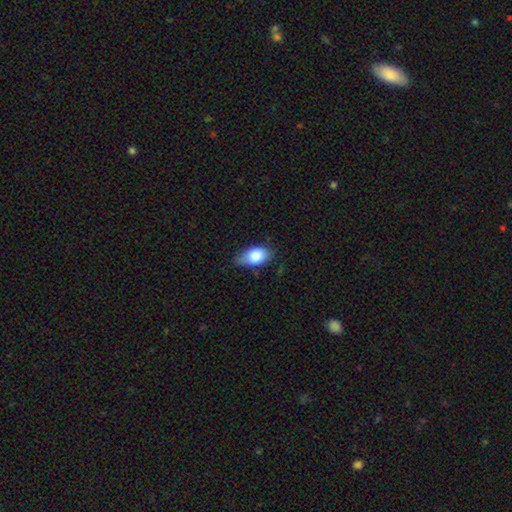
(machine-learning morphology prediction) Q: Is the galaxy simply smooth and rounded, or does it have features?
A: smooth — 84%.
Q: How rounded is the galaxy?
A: in between — 91%.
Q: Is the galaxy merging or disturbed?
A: none — 58%.